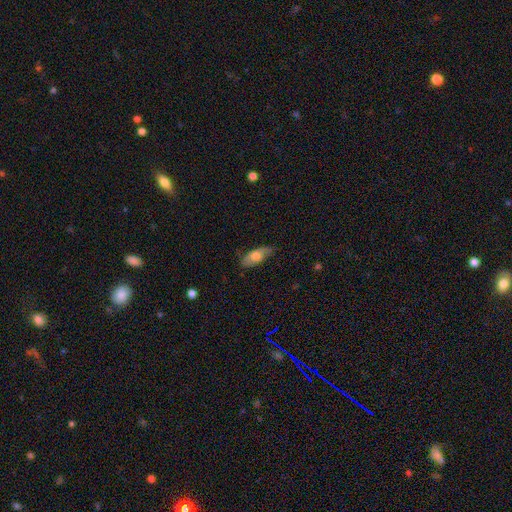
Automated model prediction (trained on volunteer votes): A smooth galaxy with no disk features (64%) that is in between round and cigar-shaped (83%). Merging: none (69%).